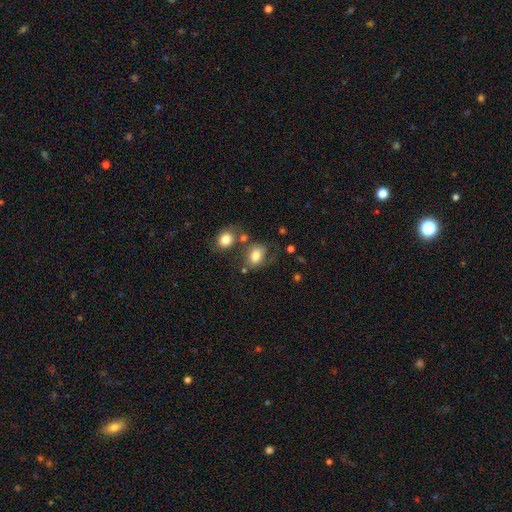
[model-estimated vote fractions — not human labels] A smooth galaxy with no disk features (74%) that is in between round and cigar-shaped (72%).

Vote fractions:
- Smooth or featured? smooth: 74% / featured or disk: 16% / star or artifact: 10%
- How rounded? in between: 72% / round: 27% / cigar-shaped: 1%
- Merging? none: 48% / minor disturbance: 20% / merger: 19% / major disturbance: 13%